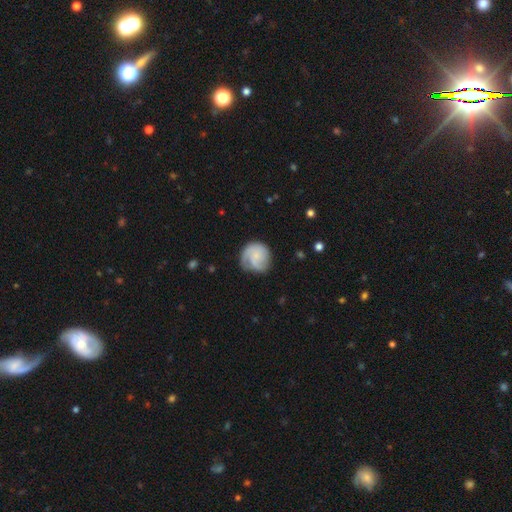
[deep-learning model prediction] The model was most divided on "bulge size": small: 48%, none: 35%, moderate: 13%, large: 2%, dominant: 1%. More confident: edge-on disk — no (98%); spiral arms — yes (90%); bar — no (72%); merging — none (64%); smooth or featured — featured or disk (53%).